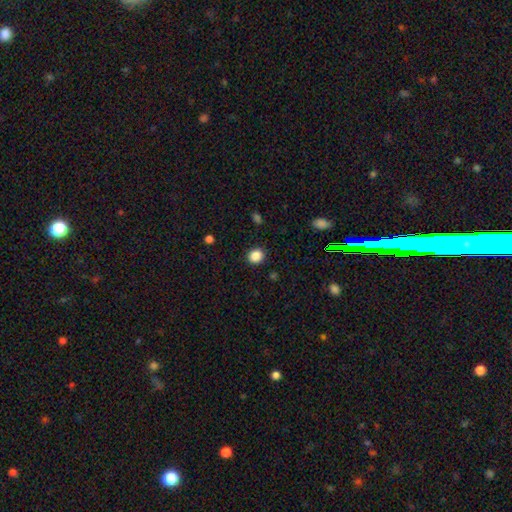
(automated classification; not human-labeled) Smooth or featured? smooth (87%)
How rounded? round (80%)
Merging? none (90%)